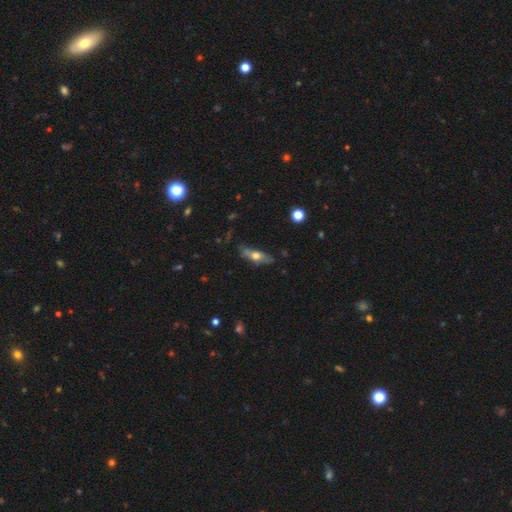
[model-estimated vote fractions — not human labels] Smooth or featured: smooth — 50% (featured or disk — 43%)
Merging: none — 66% (minor disturbance — 23%)